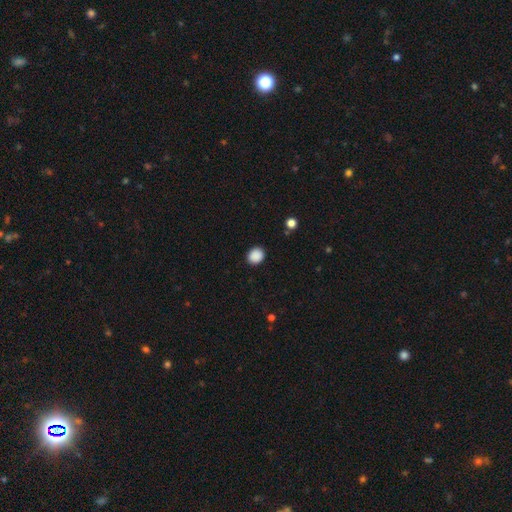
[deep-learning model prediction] Overall: smooth (89%). How rounded: round (69%; in between 30%). Merging: none (90%).